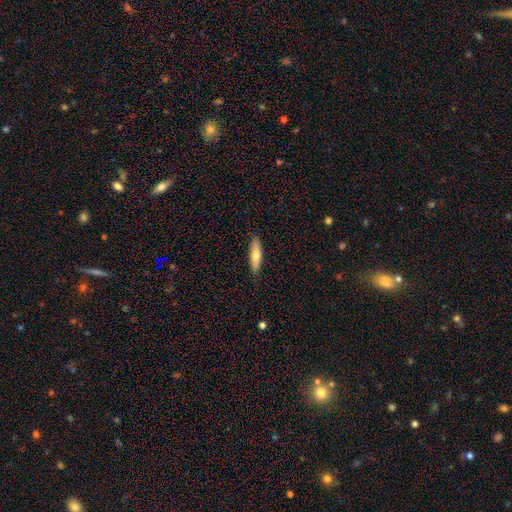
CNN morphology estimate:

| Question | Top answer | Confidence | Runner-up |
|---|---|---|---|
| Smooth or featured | smooth | 68% | featured or disk (26%) |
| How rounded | cigar-shaped | 62% | in between (36%) |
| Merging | none | 87% | minor disturbance (10%) |